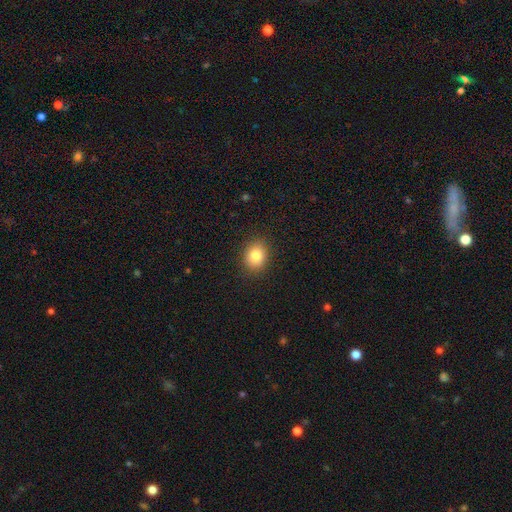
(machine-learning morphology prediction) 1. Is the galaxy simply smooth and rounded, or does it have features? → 82% smooth, 10% star or artifact, 8% featured or disk.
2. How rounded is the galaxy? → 58% round, 41% in between, 1% cigar-shaped.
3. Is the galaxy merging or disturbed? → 89% none, 8% minor disturbance, 2% major disturbance, 1% merger.